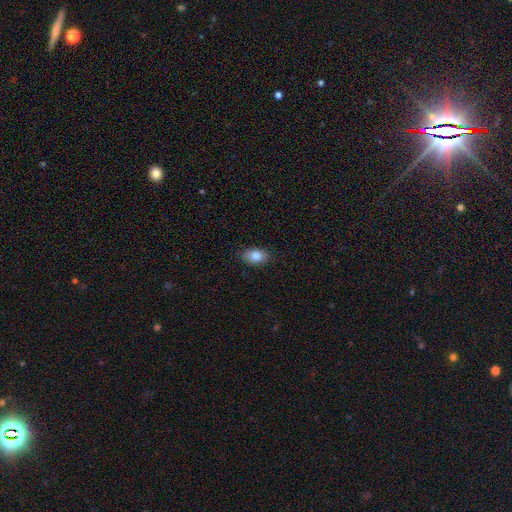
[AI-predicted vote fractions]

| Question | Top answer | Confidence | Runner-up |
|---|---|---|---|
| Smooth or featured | smooth | 86% | star or artifact (8%) |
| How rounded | in between | 89% | round (9%) |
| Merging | none | 86% | minor disturbance (11%) |